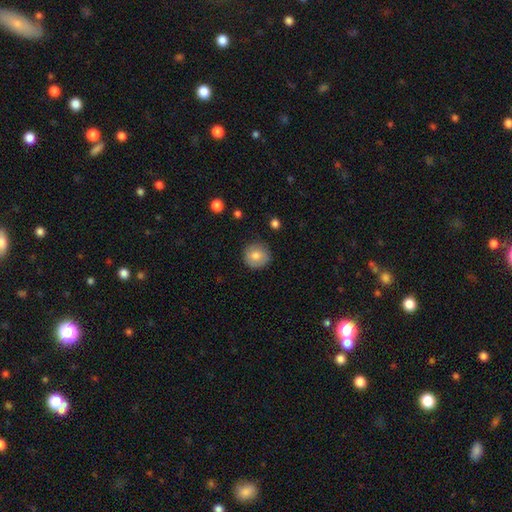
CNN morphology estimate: This appears to be a smooth galaxy with no disk features (80%) that is round (93%). Merging: none (85%).